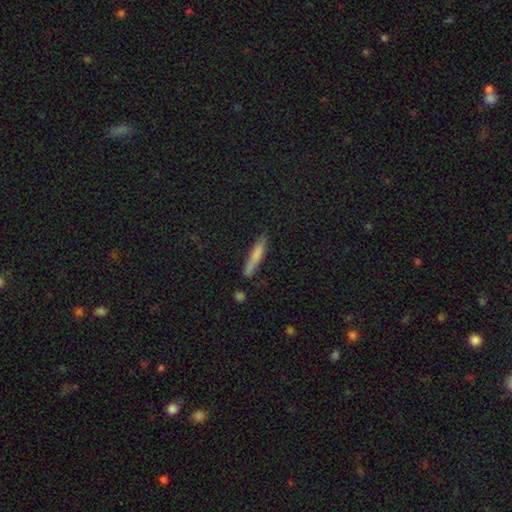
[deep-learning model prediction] A smooth galaxy with no disk features (71%) that is cigar-shaped (92%). Merging: none (80%).